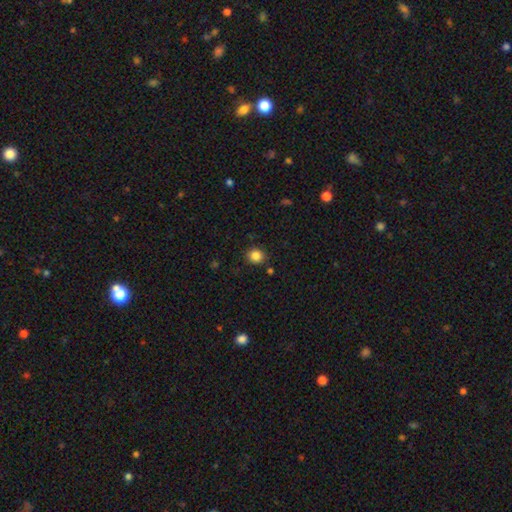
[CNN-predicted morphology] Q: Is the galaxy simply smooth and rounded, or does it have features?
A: smooth — 85%.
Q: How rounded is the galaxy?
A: round — 81%.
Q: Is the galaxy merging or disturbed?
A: none — 88%.